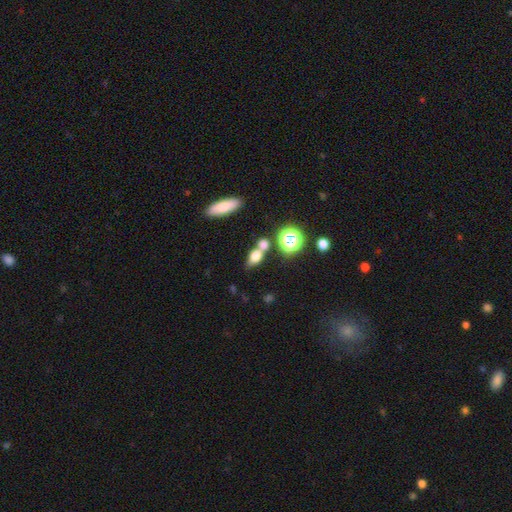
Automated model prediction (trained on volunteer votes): Smooth or featured? smooth (67%)
How rounded? in between (62%)
Merging? none (47%)